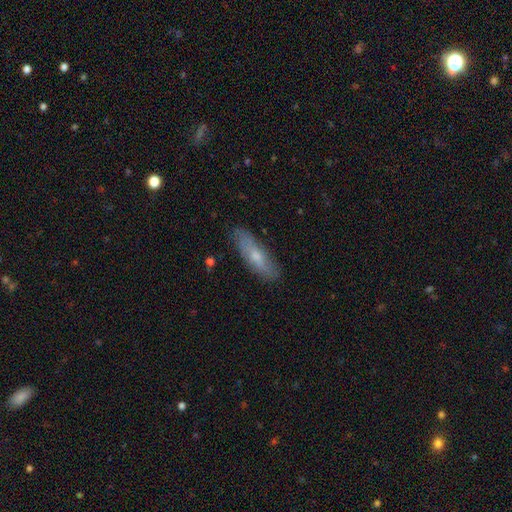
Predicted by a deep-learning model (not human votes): smooth-or-featured: smooth: 55% | featured or disk: 38% | star or artifact: 7%
  how-rounded: cigar-shaped: 53% | in between: 45% | round: 2%
  merging: none: 81% | minor disturbance: 15% | major disturbance: 3% | merger: 1%